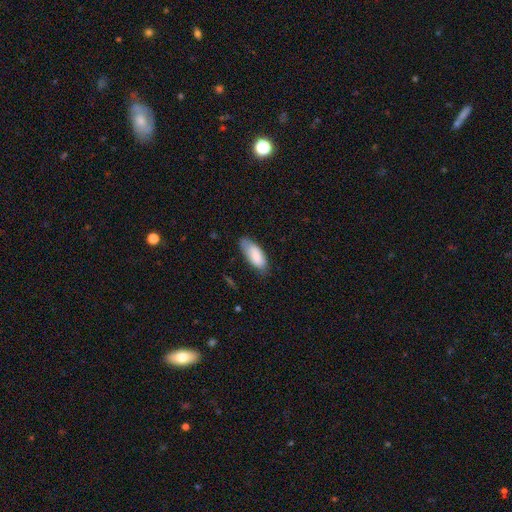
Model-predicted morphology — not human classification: Overall: smooth (83%). How rounded: in between (84%). Merging: none (67%).